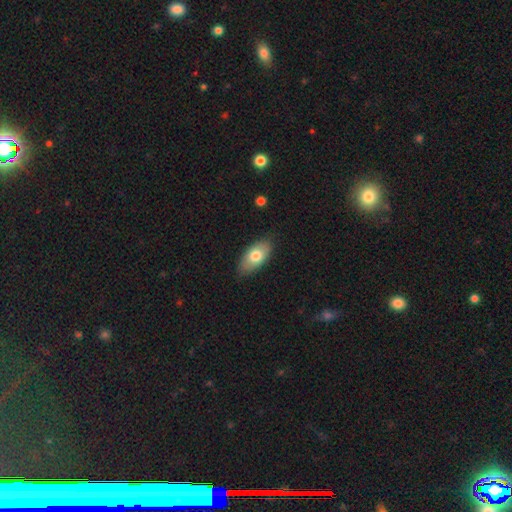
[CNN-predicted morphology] smooth-or-featured: smooth: 73% | featured or disk: 21% | star or artifact: 6%
  how-rounded: in between: 91% | cigar-shaped: 5% | round: 3%
  merging: none: 83% | minor disturbance: 13% | major disturbance: 2% | merger: 1%